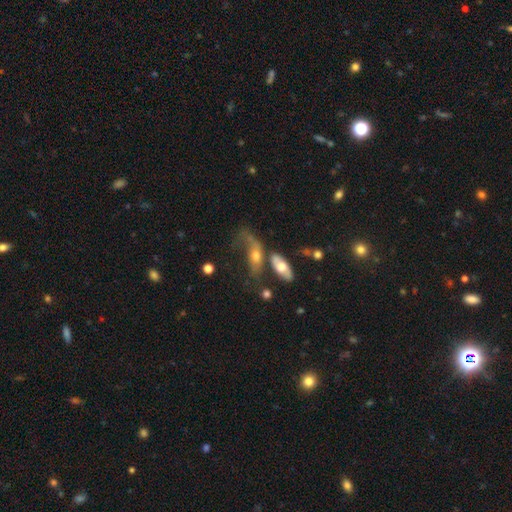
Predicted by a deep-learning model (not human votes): Q: Smooth or featured?
A: smooth (52%); runner-up: featured or disk (38%)
Q: How rounded?
A: in between (75%); runner-up: cigar-shaped (17%)
Q: Merging?
A: major disturbance (34%); runner-up: merger (32%)